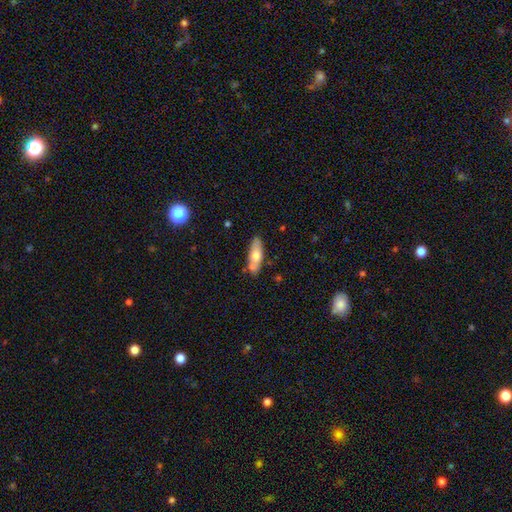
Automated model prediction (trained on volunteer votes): Overall: smooth (65%; featured or disk 29%). How rounded: in between (64%; cigar-shaped 33%). Merging: none (69%).